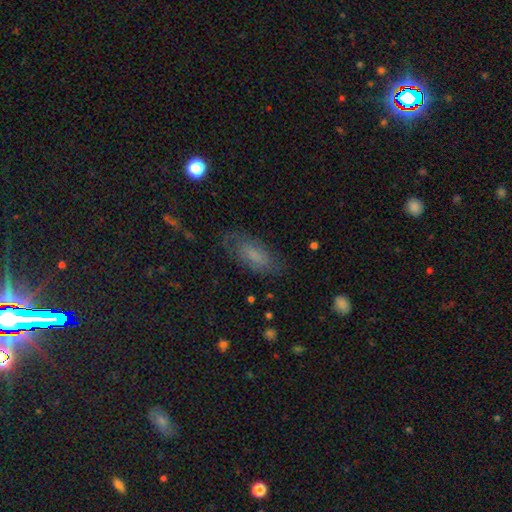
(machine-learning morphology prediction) smooth 54%, featured or disk 35%, star or artifact 11%. Down the decision tree: how rounded — in between (84%); merging — none (68%).